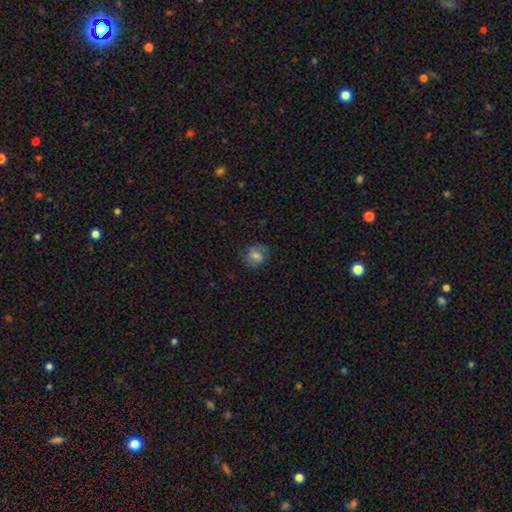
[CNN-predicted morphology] The model was most divided on "how rounded": round: 63%, in between: 36%, cigar-shaped: 1%. More confident: merging — none (72%); smooth or featured — smooth (62%).